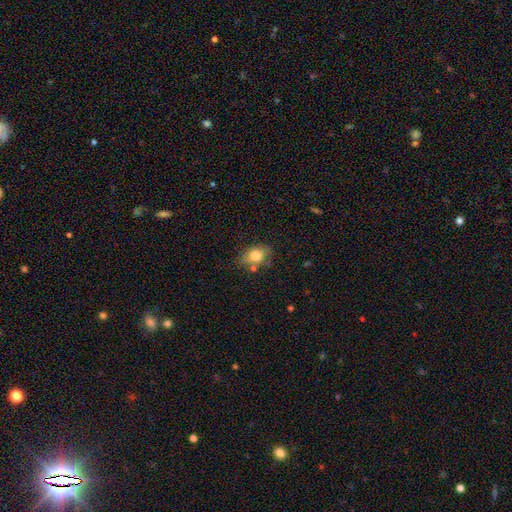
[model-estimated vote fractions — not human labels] A smooth galaxy with no disk features (76%) that is in between round and cigar-shaped (74%).

Vote fractions:
- Smooth or featured? smooth: 76% / featured or disk: 15% / star or artifact: 9%
- How rounded? in between: 74% / round: 24% / cigar-shaped: 2%
- Merging? none: 71% / minor disturbance: 18% / merger: 7% / major disturbance: 4%